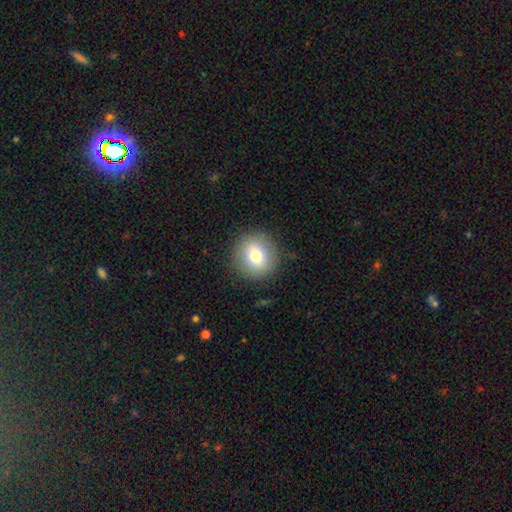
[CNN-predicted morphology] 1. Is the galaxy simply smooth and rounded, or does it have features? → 75% smooth, 15% featured or disk, 10% star or artifact.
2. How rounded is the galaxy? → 92% round, 7% in between, 1% cigar-shaped.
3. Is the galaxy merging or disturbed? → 89% none, 7% minor disturbance, 3% major disturbance, 1% merger.